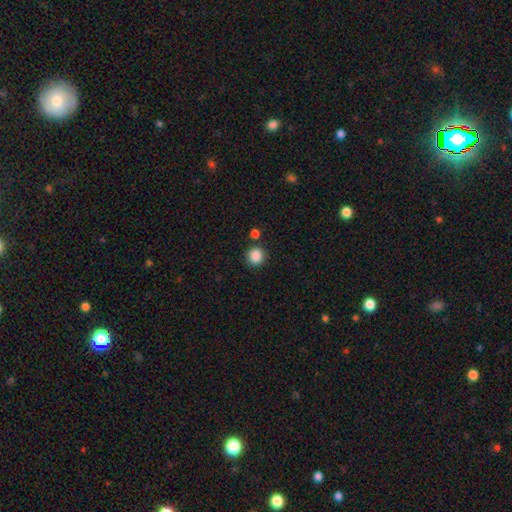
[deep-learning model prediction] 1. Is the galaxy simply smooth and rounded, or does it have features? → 87% smooth, 10% star or artifact, 3% featured or disk.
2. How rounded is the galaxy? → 93% round, 6% in between, 1% cigar-shaped.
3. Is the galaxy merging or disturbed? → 85% none, 7% minor disturbance, 5% merger, 2% major disturbance.